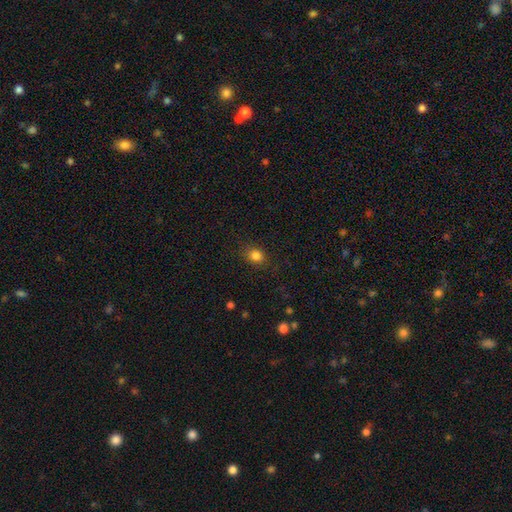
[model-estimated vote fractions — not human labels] This is clearly a smooth galaxy (83%). How rounded: possibly round (60%). Merging: clearly none (85%).